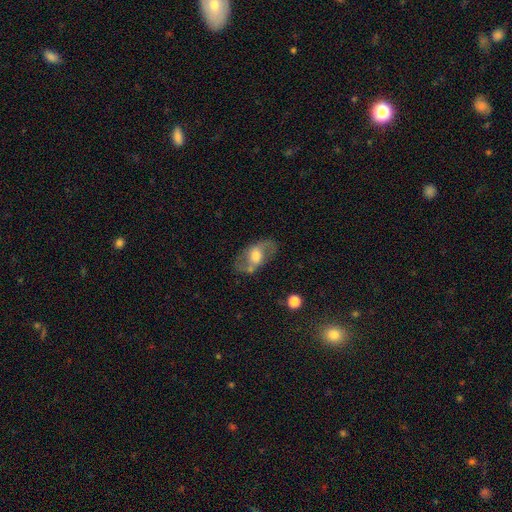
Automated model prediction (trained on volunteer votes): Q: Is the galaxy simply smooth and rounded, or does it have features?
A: featured or disk — 59%.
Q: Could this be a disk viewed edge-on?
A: no — 90%.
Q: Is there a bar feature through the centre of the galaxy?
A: no — 44%.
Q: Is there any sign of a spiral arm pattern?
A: yes — 63%.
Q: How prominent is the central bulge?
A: moderate — 57%.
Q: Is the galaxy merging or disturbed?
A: none — 66%.